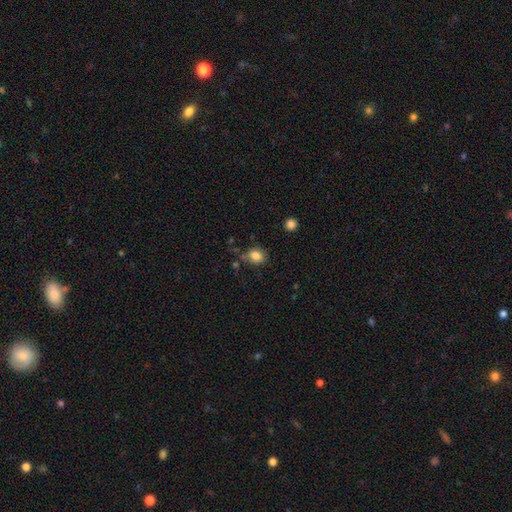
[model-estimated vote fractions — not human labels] smooth_or_featured: smooth (p=0.83) [alt: star or artifact p=0.10]
how_rounded: round (p=0.52) [alt: in between p=0.47]
merging: none (p=0.74) [alt: minor disturbance p=0.16]